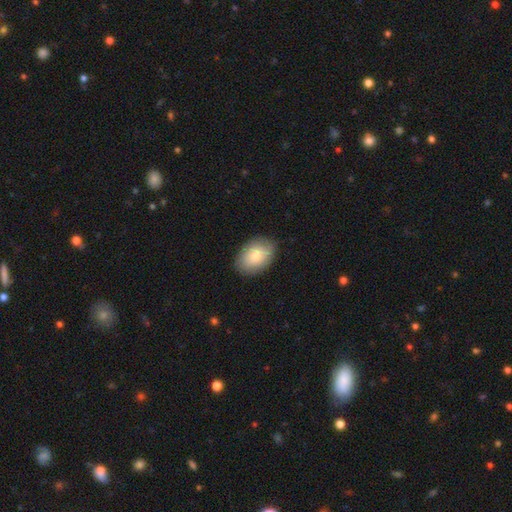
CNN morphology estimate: smooth-or-featured: smooth: 75% | featured or disk: 19% | star or artifact: 6%
  how-rounded: in between: 85% | round: 14% | cigar-shaped: 1%
  merging: none: 83% | minor disturbance: 13% | major disturbance: 3% | merger: 1%